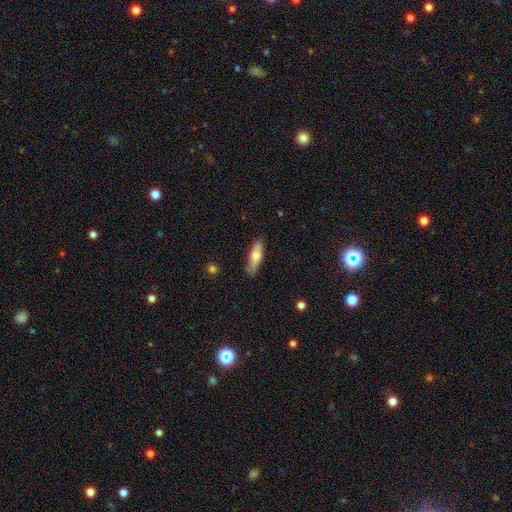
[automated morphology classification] Smooth or featured? Predicted: smooth (p=0.69). How rounded? Predicted: cigar-shaped (p=0.49, tied with in between). Merging? Predicted: none (p=0.80).